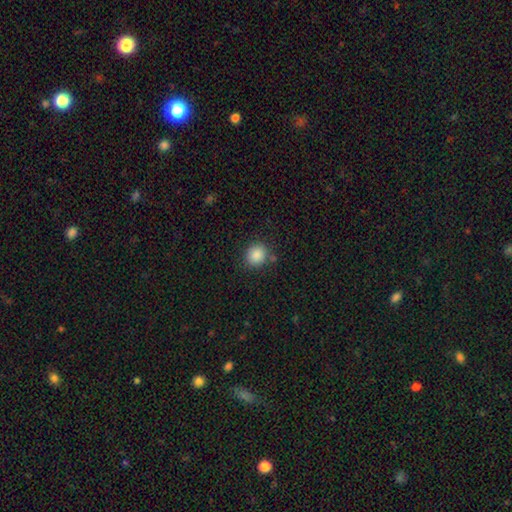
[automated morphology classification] This is clearly a smooth galaxy (87%). How rounded: clearly round (81%). Merging: clearly none (80%).